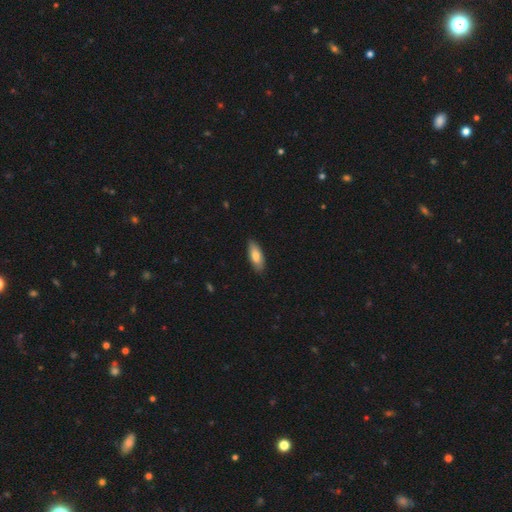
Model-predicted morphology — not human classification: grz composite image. It shows a smooth galaxy with no disk features (77%) that is in between round and cigar-shaped (76%). Merging: none (86%).